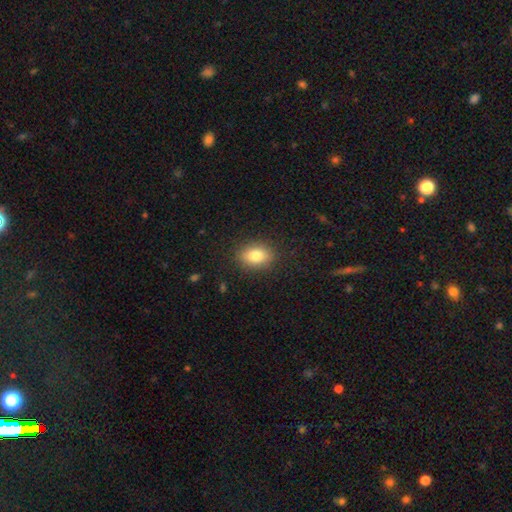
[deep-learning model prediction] smooth_or_featured: smooth (p=0.82) [alt: featured or disk p=0.09]
how_rounded: in between (p=0.74) [alt: round p=0.24]
merging: none (p=0.87) [alt: minor disturbance p=0.09]